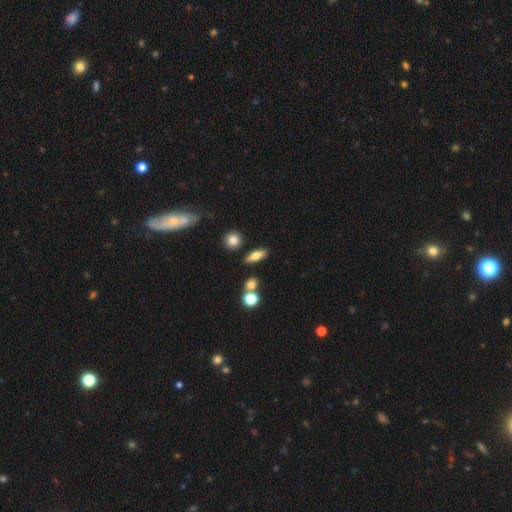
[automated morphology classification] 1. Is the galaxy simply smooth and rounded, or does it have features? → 66% smooth, 24% featured or disk, 10% star or artifact.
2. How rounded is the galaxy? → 60% in between, 29% cigar-shaped, 11% round.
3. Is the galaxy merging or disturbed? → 79% none, 10% minor disturbance, 7% merger, 3% major disturbance.